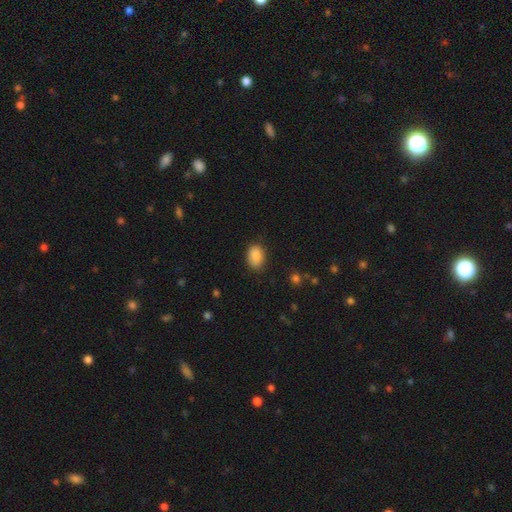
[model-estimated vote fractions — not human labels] Morphology: type=smooth (89%); roundness=in between (83%); merging=none (82%).